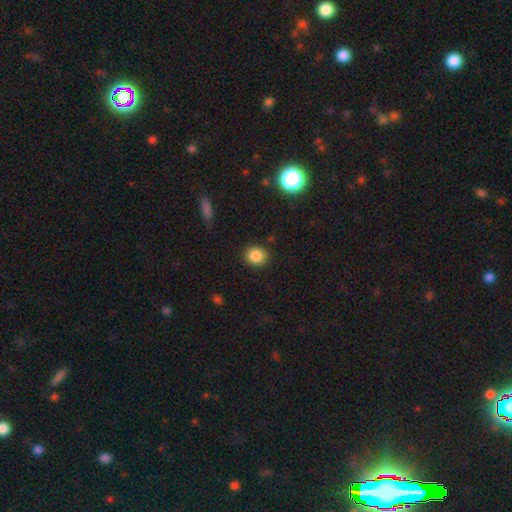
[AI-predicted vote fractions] smooth-or-featured: smooth: 86% | star or artifact: 10% | featured or disk: 4%
  how-rounded: round: 76% | in between: 23% | cigar-shaped: 1%
  merging: none: 88% | minor disturbance: 8% | major disturbance: 3% | merger: 2%